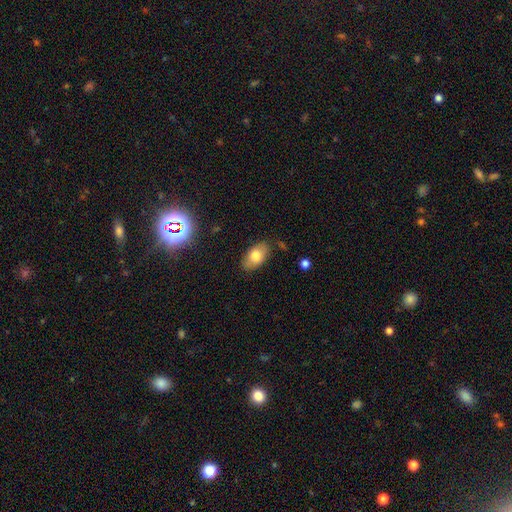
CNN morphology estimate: The model was most divided on "smooth or featured": smooth: 77%, featured or disk: 15%, star or artifact: 8%. More confident: how rounded — in between (92%); merging — none (81%).